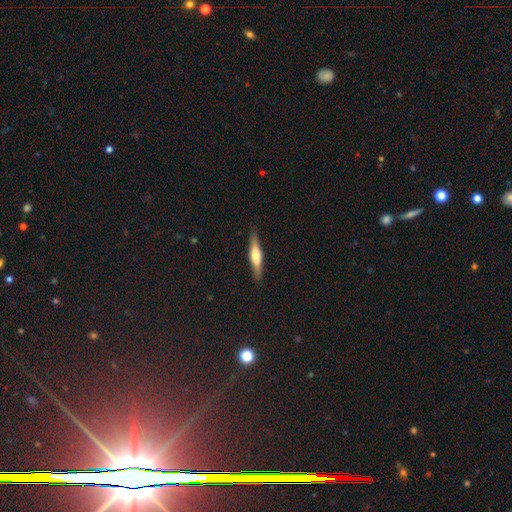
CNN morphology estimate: featured or disk 57%, smooth 37%, star or artifact 6%. Down the decision tree: edge-on disk — yes (96%); edge-on bulge — rounded (86%); merging — none (90%).